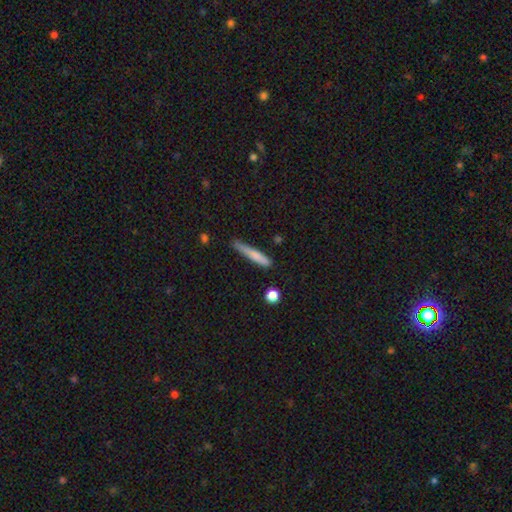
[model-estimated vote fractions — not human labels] Smooth or featured: smooth — 71% (featured or disk — 22%)
How rounded: cigar-shaped — 92% (in between — 6%)
Merging: none — 66% (minor disturbance — 25%)